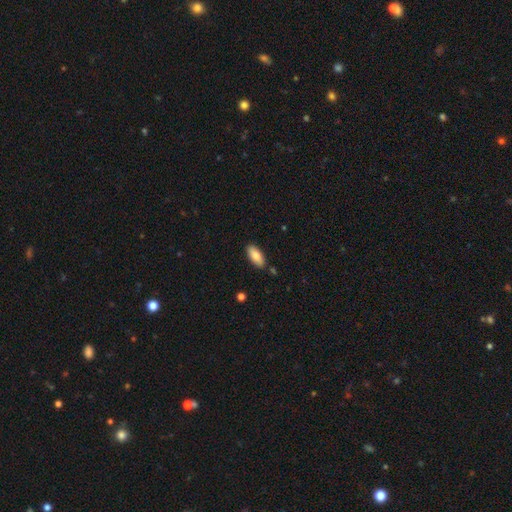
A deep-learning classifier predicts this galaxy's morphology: This appears to be a smooth galaxy with no disk features (84%) that is in between round and cigar-shaped (88%). Merging: none (86%).